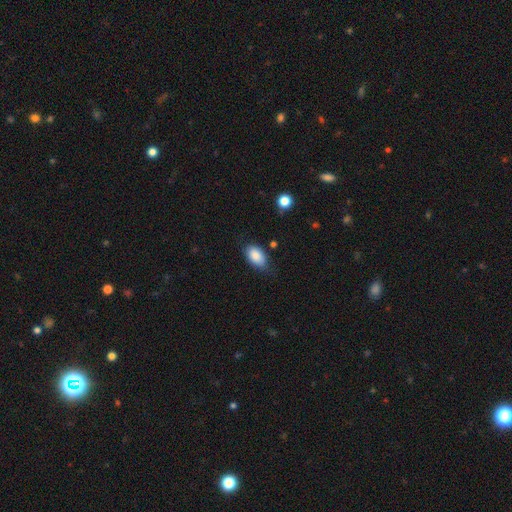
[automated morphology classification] type=smooth (87%); roundness=in between (92%); merging=none (69%).